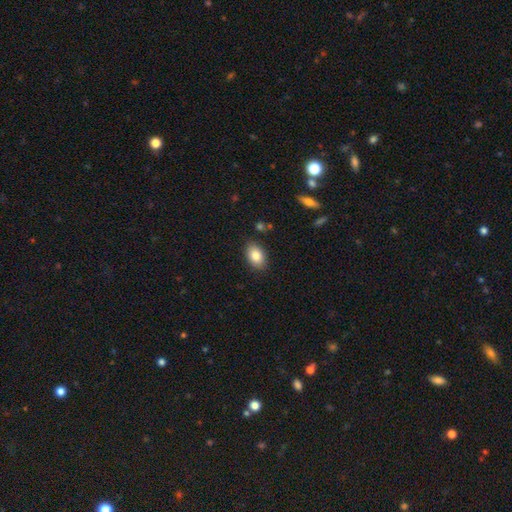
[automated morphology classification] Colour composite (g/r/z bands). It shows a smooth galaxy with no disk features (84%) that is in between round and cigar-shaped (86%). Merging: none (86%).